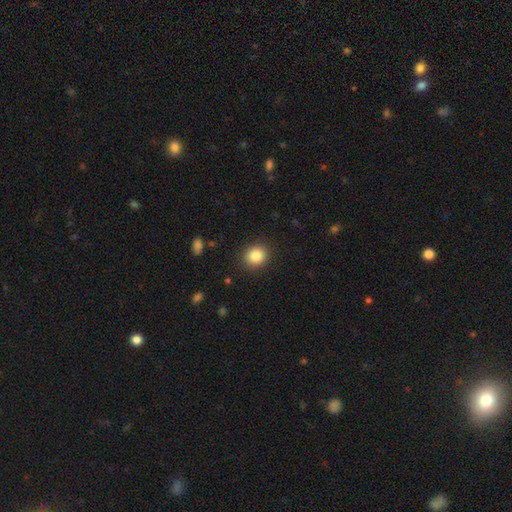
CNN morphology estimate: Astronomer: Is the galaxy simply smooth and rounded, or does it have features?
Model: smooth — 85%.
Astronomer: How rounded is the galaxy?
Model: round — 74%.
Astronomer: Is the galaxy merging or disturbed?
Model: none — 89%.